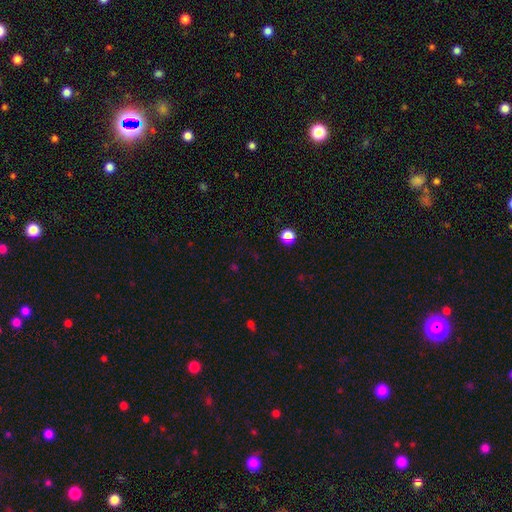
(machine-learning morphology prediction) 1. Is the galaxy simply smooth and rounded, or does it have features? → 62% star or artifact, 31% smooth, 7% featured or disk.